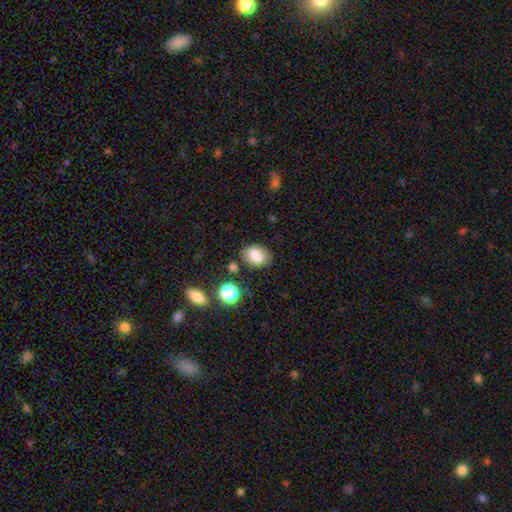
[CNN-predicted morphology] A smooth galaxy with no disk features (81%) that is in between round and cigar-shaped (74%).

Vote fractions:
- Smooth or featured? smooth: 81% / star or artifact: 10% / featured or disk: 9%
- How rounded? in between: 74% / round: 24% / cigar-shaped: 1%
- Merging? none: 76% / minor disturbance: 16% / major disturbance: 4% / merger: 4%